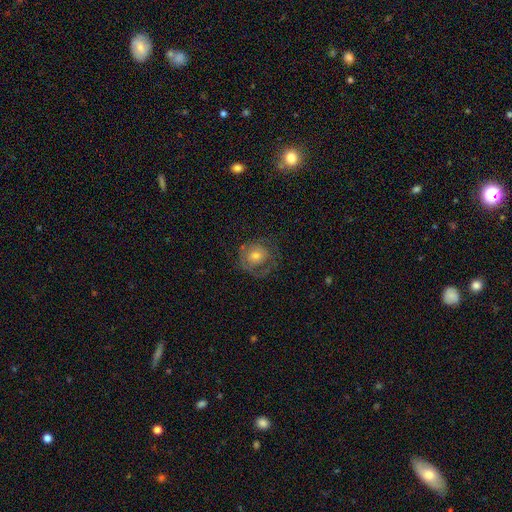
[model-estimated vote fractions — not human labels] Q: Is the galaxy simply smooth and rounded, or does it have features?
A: featured or disk — 47%.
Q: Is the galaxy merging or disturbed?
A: none — 59%.